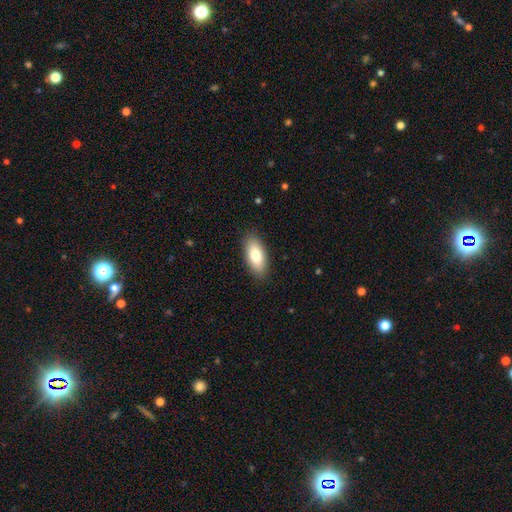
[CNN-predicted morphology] This appears to be a smooth galaxy with no disk features (79%) that is in between round and cigar-shaped (87%). Merging: none (88%).